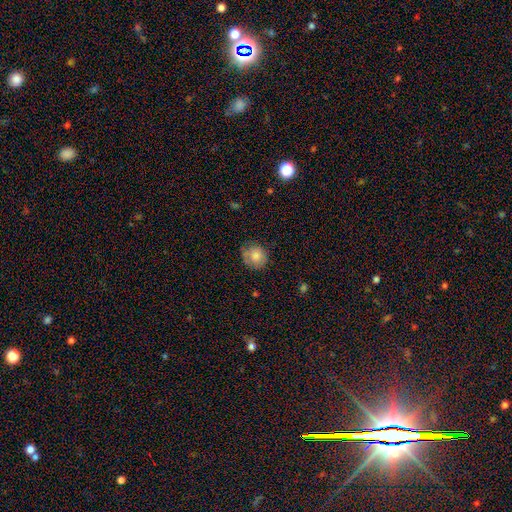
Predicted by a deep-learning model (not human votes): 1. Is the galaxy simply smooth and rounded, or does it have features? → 77% smooth, 14% featured or disk, 9% star or artifact.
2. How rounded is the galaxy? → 82% round, 17% in between, 1% cigar-shaped.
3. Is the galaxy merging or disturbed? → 68% none, 24% minor disturbance, 6% major disturbance, 2% merger.